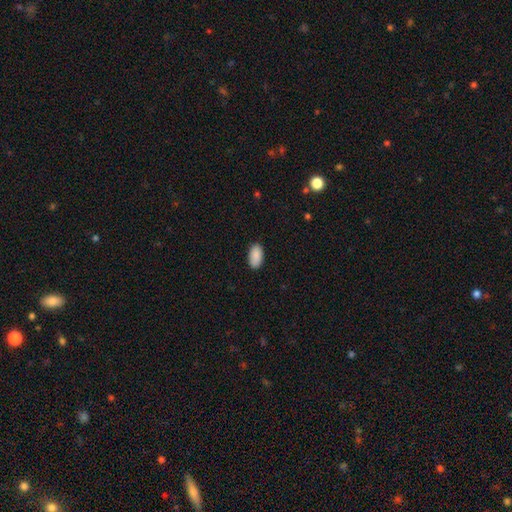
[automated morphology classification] smooth_or_featured: smooth (p=0.90) [alt: star or artifact p=0.06]
how_rounded: in between (p=0.95) [alt: round p=0.03]
merging: none (p=0.88) [alt: minor disturbance p=0.09]